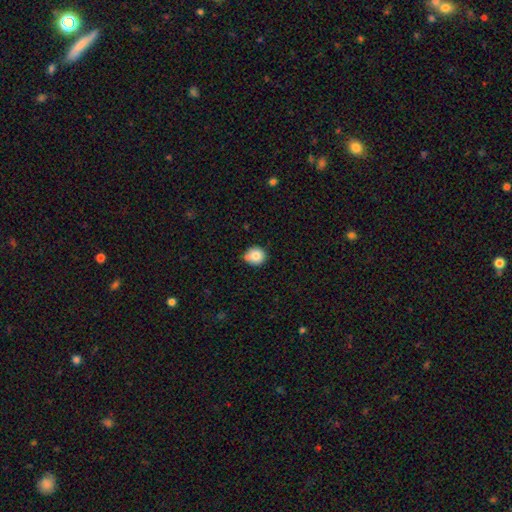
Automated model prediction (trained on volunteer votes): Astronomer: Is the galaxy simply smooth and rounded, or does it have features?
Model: smooth — 81%.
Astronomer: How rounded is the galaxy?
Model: round — 86%.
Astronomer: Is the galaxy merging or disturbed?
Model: none — 67%.